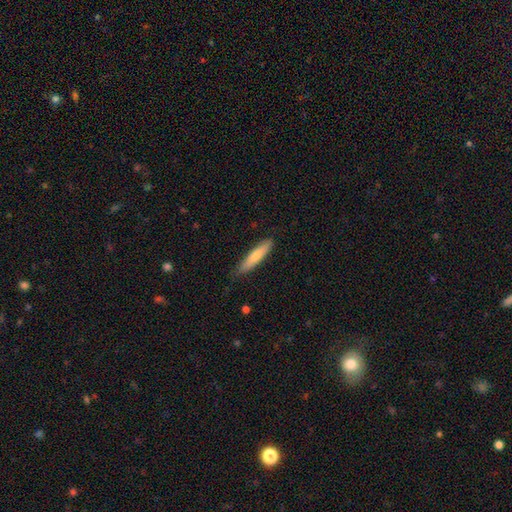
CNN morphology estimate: smooth_or_featured: smooth (p=0.72) [alt: featured or disk p=0.23]
how_rounded: cigar-shaped (p=0.85) [alt: in between p=0.14]
merging: none (p=0.84) [alt: minor disturbance p=0.13]